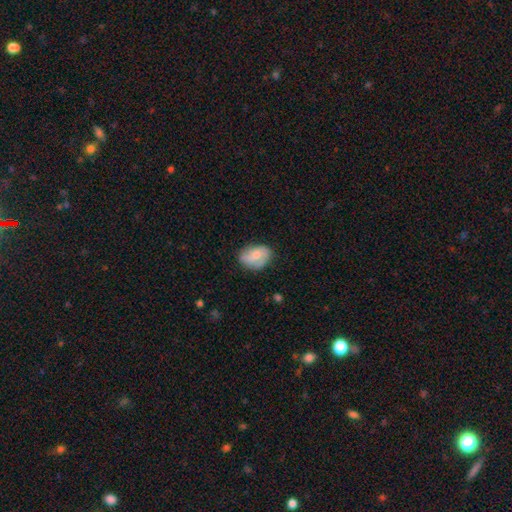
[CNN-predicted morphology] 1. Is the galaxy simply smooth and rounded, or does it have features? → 58% smooth, 35% featured or disk, 7% star or artifact.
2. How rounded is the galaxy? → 76% in between, 22% round, 1% cigar-shaped.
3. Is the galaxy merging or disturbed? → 64% none, 26% minor disturbance, 7% major disturbance, 2% merger.